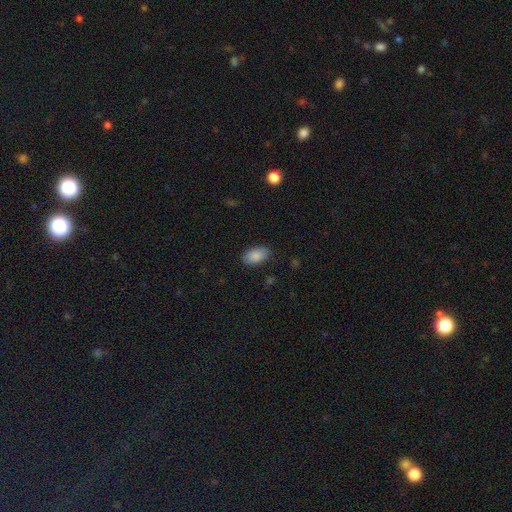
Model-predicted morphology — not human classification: Smooth or featured? smooth (87%)
How rounded? in between (94%)
Merging? none (86%)